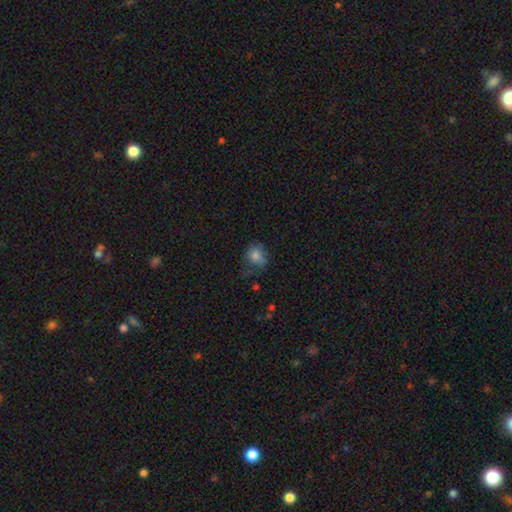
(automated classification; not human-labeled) Q: Smooth or featured?
A: smooth (78%); runner-up: featured or disk (11%)
Q: How rounded?
A: round (68%); runner-up: in between (31%)
Q: Merging?
A: none (52%); runner-up: minor disturbance (29%)